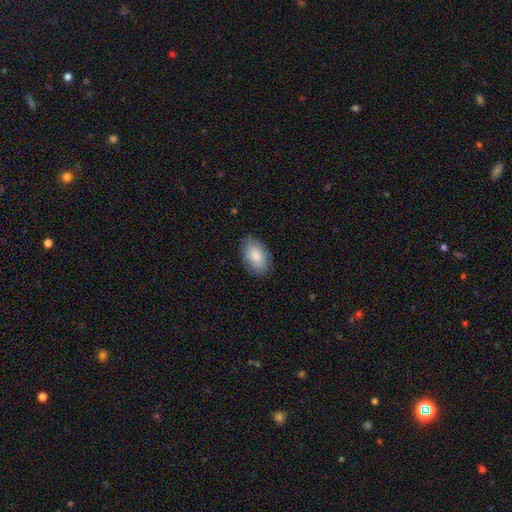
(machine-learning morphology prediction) This appears to be a smooth galaxy with no disk features (84%) that is in between round and cigar-shaped (92%). Merging: none (84%).